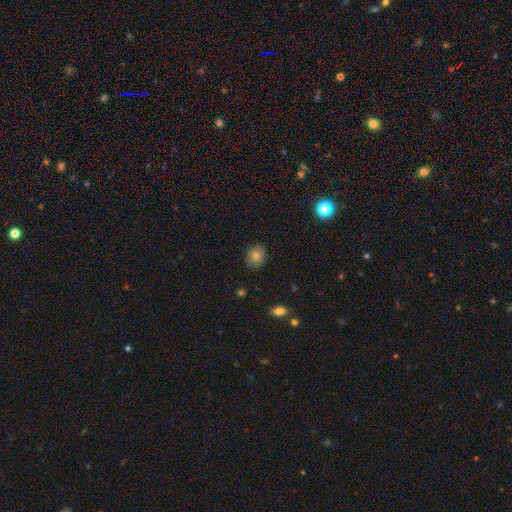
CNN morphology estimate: The model was most divided on "how rounded": round: 69%, in between: 30%, cigar-shaped: 1%. More confident: merging — none (87%); smooth or featured — smooth (77%).